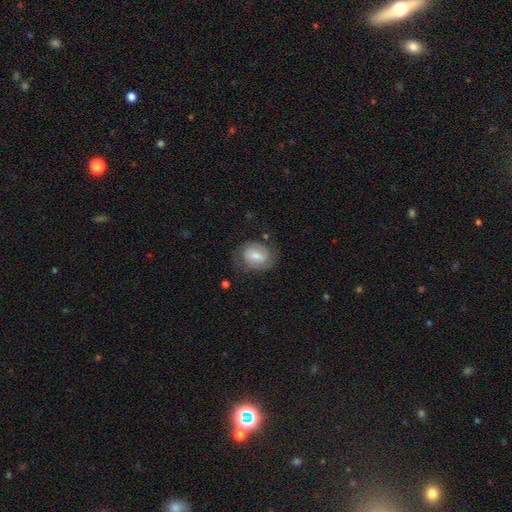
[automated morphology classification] type=featured or disk (52%); edge-on=no (97%); bar=weak (50%); spiral arms=yes (85%); bulge=moderate (50%); merging=none (66%).